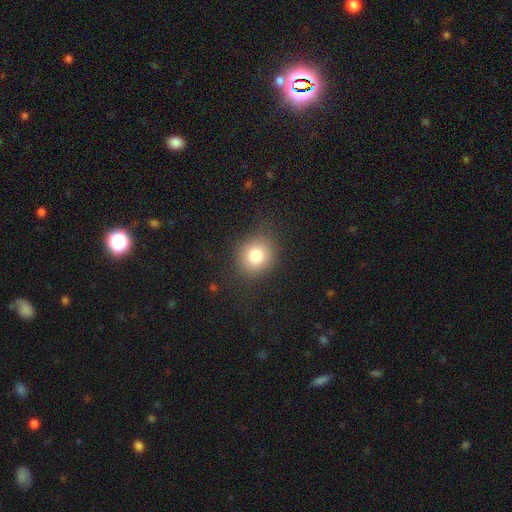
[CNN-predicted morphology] smooth_or_featured: smooth (p=0.79) [alt: star or artifact p=0.11]
how_rounded: round (p=0.79) [alt: in between p=0.20]
merging: none (p=0.83) [alt: minor disturbance p=0.11]